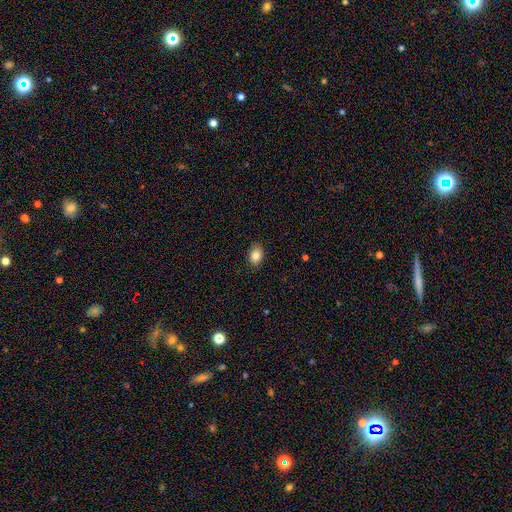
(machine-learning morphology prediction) A smooth galaxy with no disk features (86%) that is in between round and cigar-shaped (77%).

Vote fractions:
- Smooth or featured? smooth: 86% / star or artifact: 9% / featured or disk: 6%
- How rounded? in between: 77% / round: 22% / cigar-shaped: 1%
- Merging? none: 86% / minor disturbance: 11% / major disturbance: 2% / merger: 1%